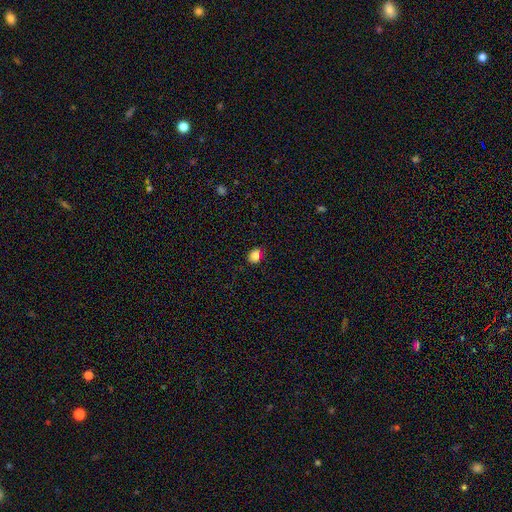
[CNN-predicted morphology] type=smooth (84%); roundness=in between (50%); merging=none (86%).